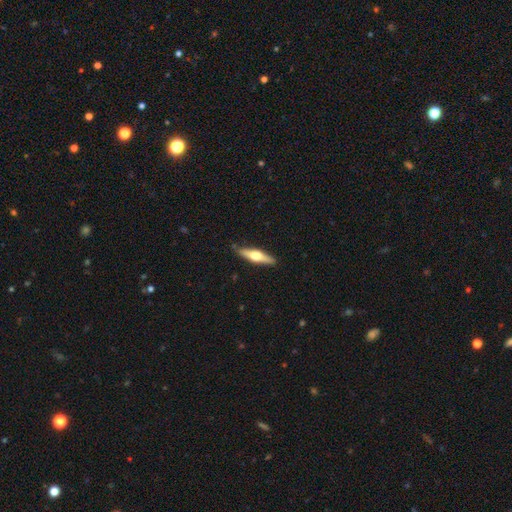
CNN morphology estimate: A featured or disk galaxy (59%) viewed edge-on (95%) with a rounded central bulge (94%). Merging: none (87%).